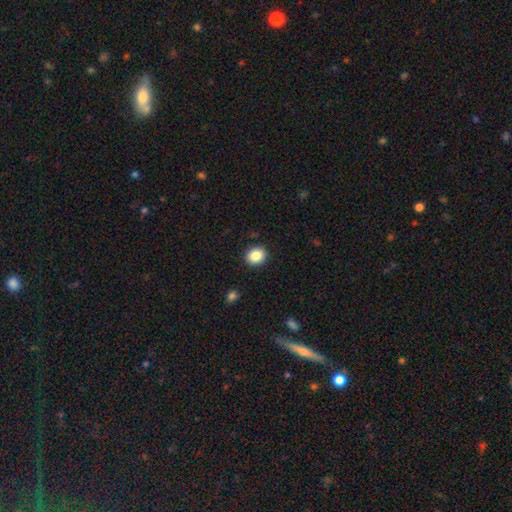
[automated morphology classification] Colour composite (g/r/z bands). It shows a smooth galaxy with no disk features (86%) that is round (69%). Merging: none (91%).